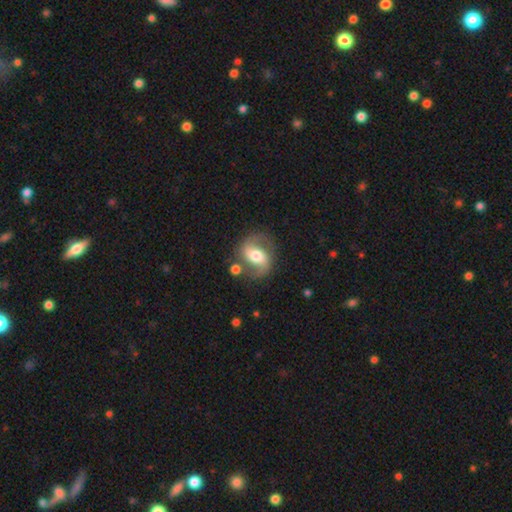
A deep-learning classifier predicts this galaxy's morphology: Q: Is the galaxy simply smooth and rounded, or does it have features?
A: featured or disk — 74%.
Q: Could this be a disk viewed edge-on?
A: no — 97%.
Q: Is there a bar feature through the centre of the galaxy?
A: weak — 39%.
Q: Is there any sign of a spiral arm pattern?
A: yes — 89%.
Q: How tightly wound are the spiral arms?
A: medium — 48%.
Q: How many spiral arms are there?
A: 2 — 91%.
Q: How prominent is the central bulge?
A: moderate — 66%.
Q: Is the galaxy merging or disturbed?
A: none — 73%.